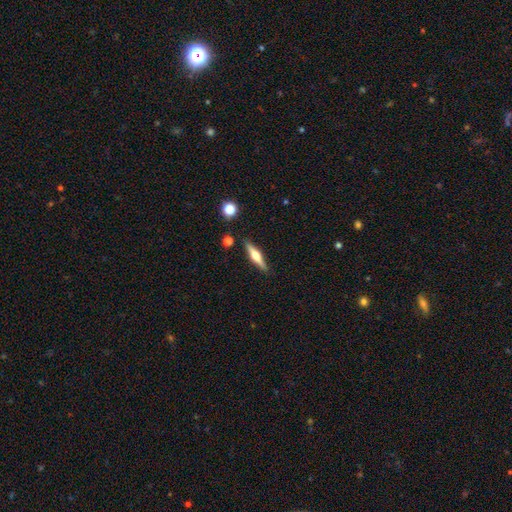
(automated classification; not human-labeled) featured or disk 62%, smooth 32%, star or artifact 6%. Down the decision tree: edge-on disk — yes (97%); edge-on bulge — rounded (93%); merging — none (87%).